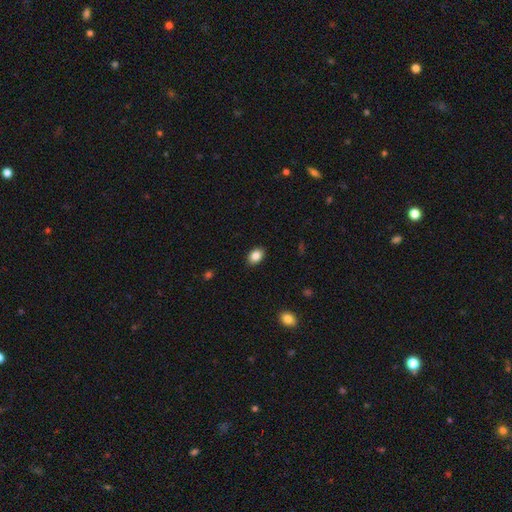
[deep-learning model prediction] This is clearly a smooth galaxy (87%). How rounded: clearly in between (82%). Merging: clearly none (89%).